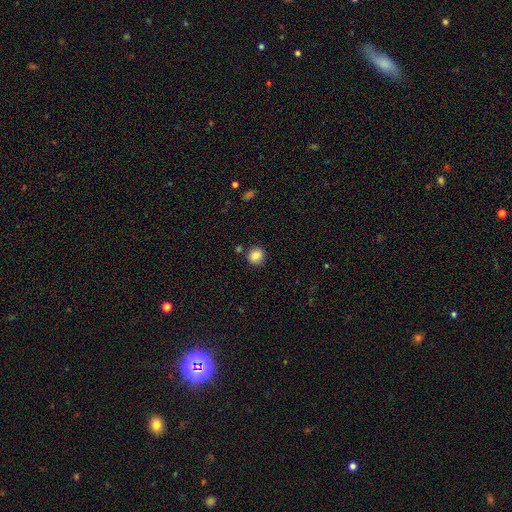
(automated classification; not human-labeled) This is clearly a smooth galaxy (85%). How rounded: clearly round (89%). Merging: clearly none (85%).